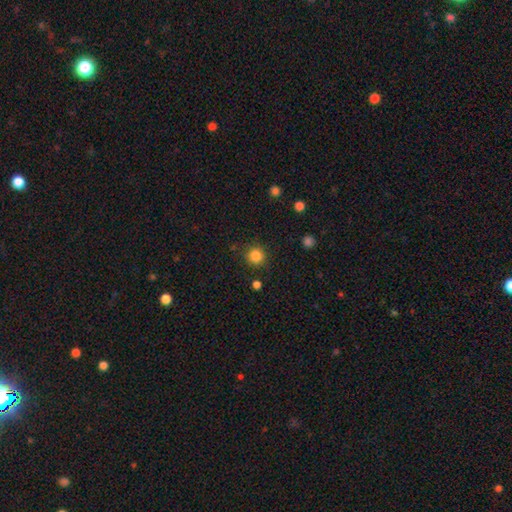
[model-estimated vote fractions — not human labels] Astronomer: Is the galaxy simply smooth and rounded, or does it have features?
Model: smooth — 84%.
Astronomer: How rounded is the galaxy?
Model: round — 94%.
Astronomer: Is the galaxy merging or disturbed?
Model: none — 88%.